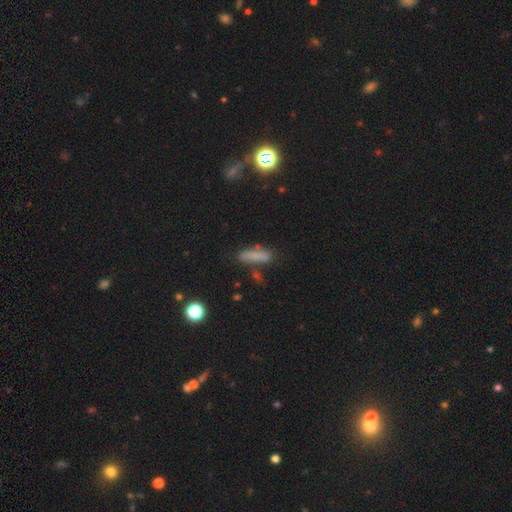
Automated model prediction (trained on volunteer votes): Smooth or featured: smooth — 74% (featured or disk — 13%)
How rounded: cigar-shaped — 65% (in between — 32%)
Merging: none — 70% (minor disturbance — 18%)